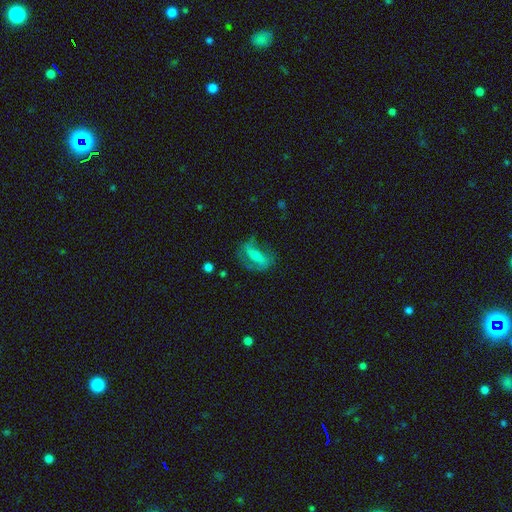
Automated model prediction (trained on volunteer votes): featured or disk 62%, smooth 30%, star or artifact 8%. Down the decision tree: edge-on disk — no (89%); bar — strong (42%); spiral arms — yes (72%); bulge size — small (49%); merging — none (56%).